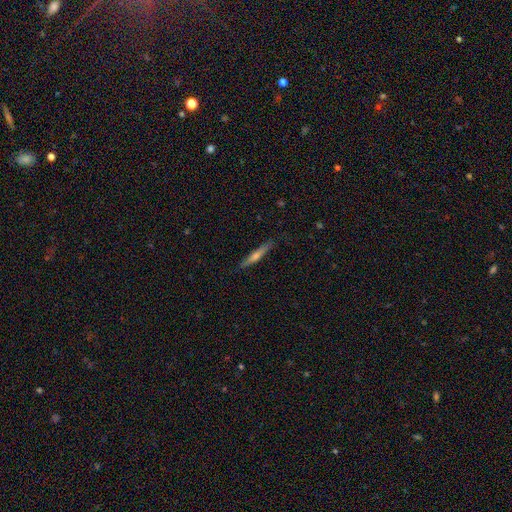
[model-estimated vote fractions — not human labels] This appears to be a featured or disk galaxy (57%) viewed edge-on (96%) with a rounded central bulge (77%). Merging: none (88%).